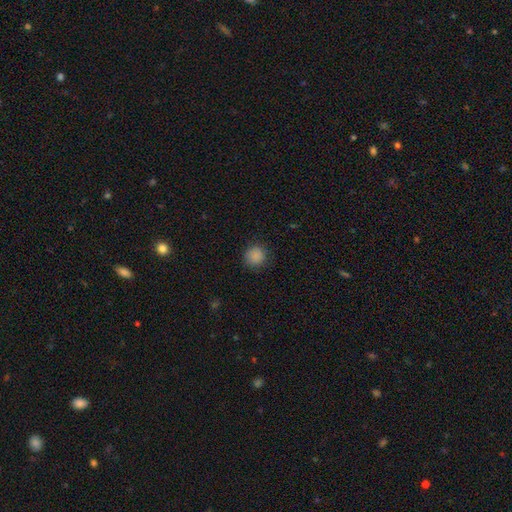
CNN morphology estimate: This is clearly a smooth galaxy (87%). How rounded: clearly round (91%). Merging: clearly none (87%).